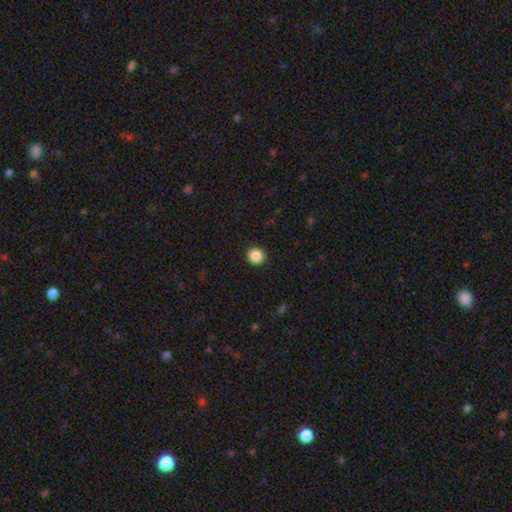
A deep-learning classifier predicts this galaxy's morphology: smooth 87%, star or artifact 10%, featured or disk 3%. Down the decision tree: how rounded — round (90%); merging — none (92%).